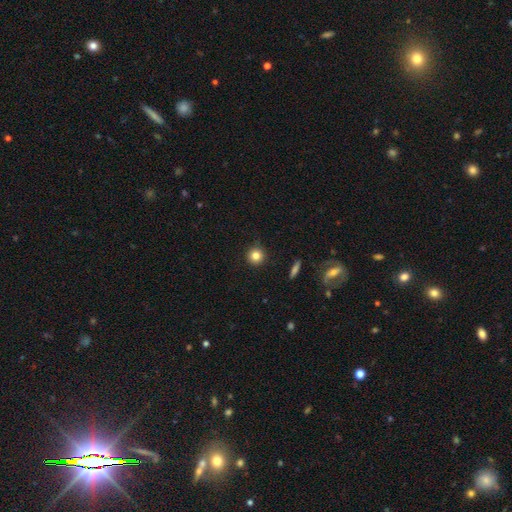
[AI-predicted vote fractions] Smooth or featured? Predicted: smooth (p=0.82). How rounded? Predicted: round (p=0.94). Merging? Predicted: none (p=0.89).